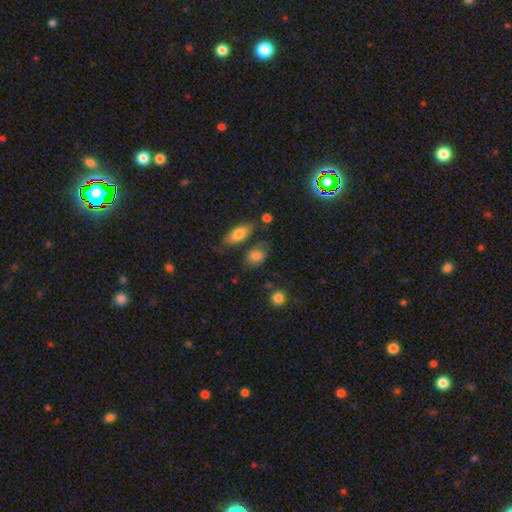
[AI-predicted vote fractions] smooth-or-featured: smooth: 77% | star or artifact: 11% | featured or disk: 11%
  how-rounded: in between: 77% | round: 20% | cigar-shaped: 3%
  merging: none: 58% | minor disturbance: 23% | merger: 10% | major disturbance: 9%